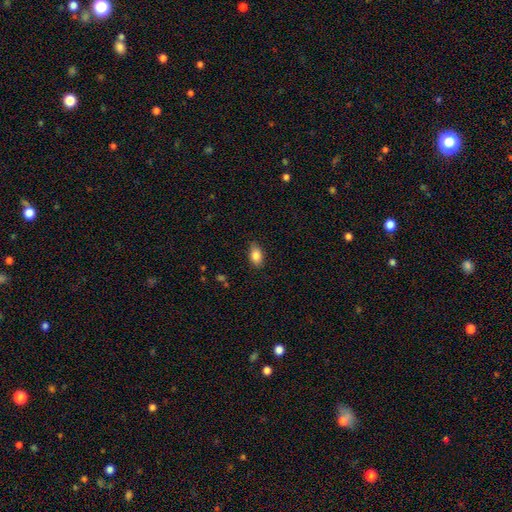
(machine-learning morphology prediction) A smooth galaxy with no disk features (85%) that is in between round and cigar-shaped (88%). Merging: none (83%).